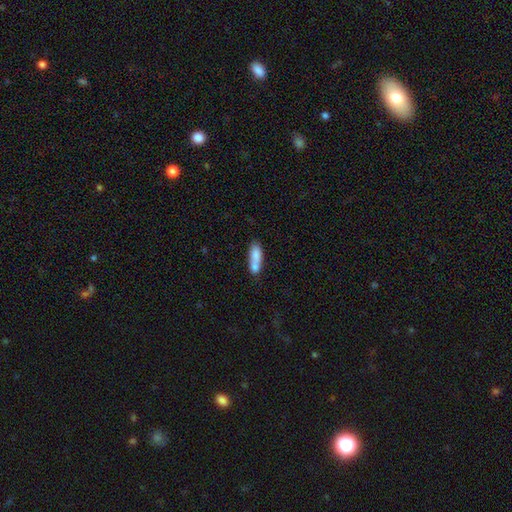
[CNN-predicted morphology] The model was most divided on "merging" (2-way tie): merger: 39%, none: 39%, minor disturbance: 16%, major disturbance: 6%. More confident: smooth or featured — smooth (76%); how rounded — in between (58%).